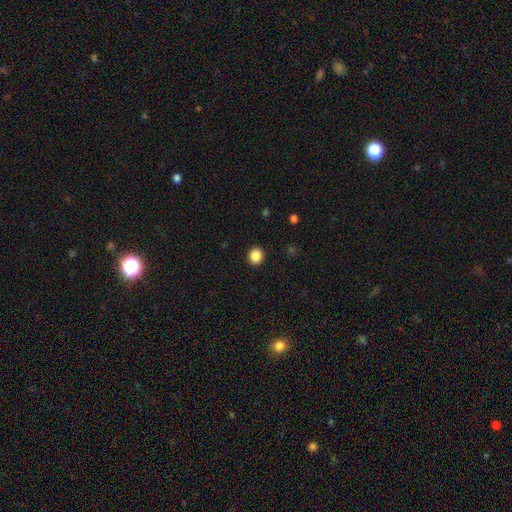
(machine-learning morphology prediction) A smooth galaxy with no disk features (87%) that is round (79%). Merging: none (92%).